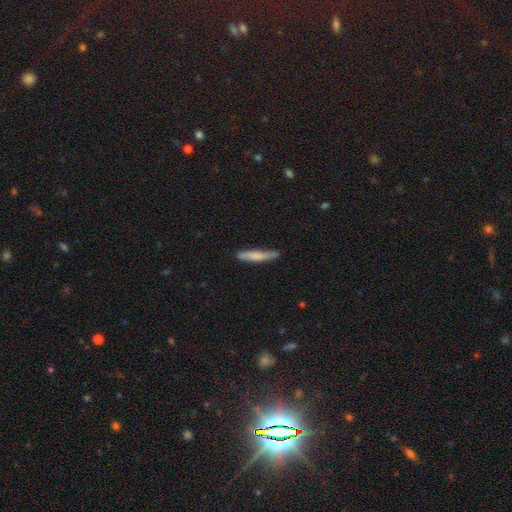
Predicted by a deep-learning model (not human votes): smooth-or-featured: smooth: 71% | featured or disk: 24% | star or artifact: 6%
  how-rounded: cigar-shaped: 92% | in between: 7% | round: 1%
  merging: none: 75% | minor disturbance: 20% | major disturbance: 3% | merger: 2%